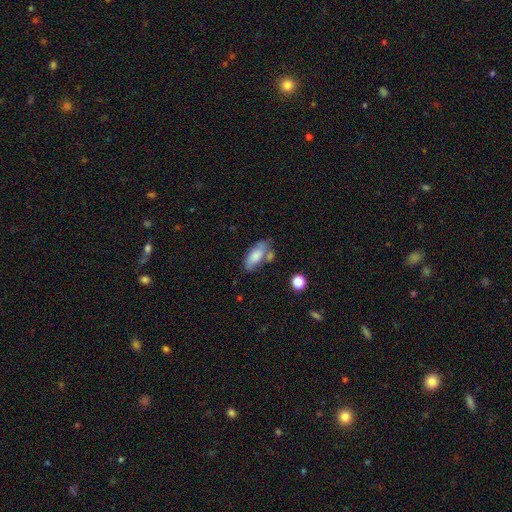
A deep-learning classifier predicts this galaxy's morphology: Q: Smooth or featured?
A: smooth (75%); runner-up: featured or disk (17%)
Q: How rounded?
A: in between (84%); runner-up: cigar-shaped (13%)
Q: Merging?
A: none (49%); runner-up: minor disturbance (24%)